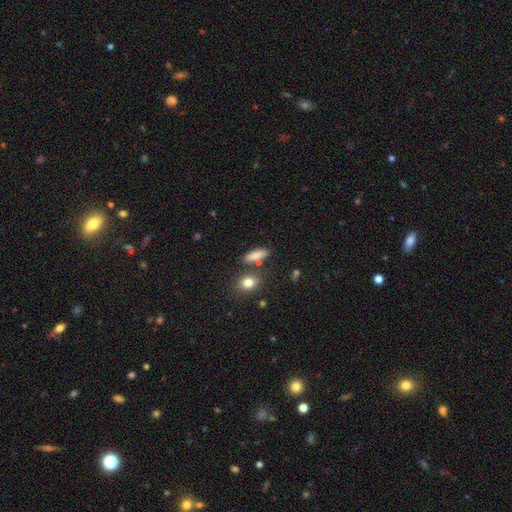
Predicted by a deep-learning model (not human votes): Overall: smooth (82%). How rounded: in between (49%; cigar-shaped 43%). Merging: none (74%).